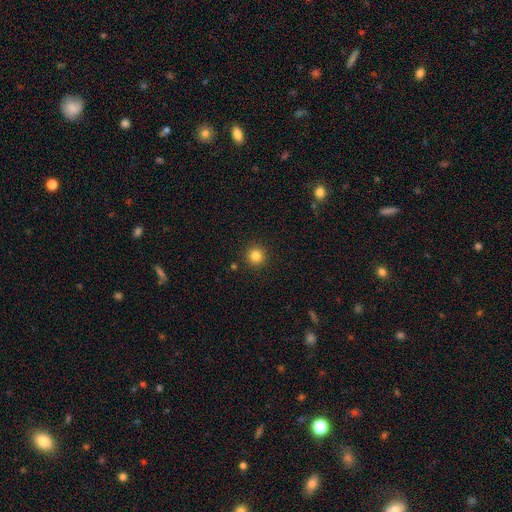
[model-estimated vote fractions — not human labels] This appears to be a smooth galaxy with no disk features (83%) that is round (95%). Merging: none (92%).